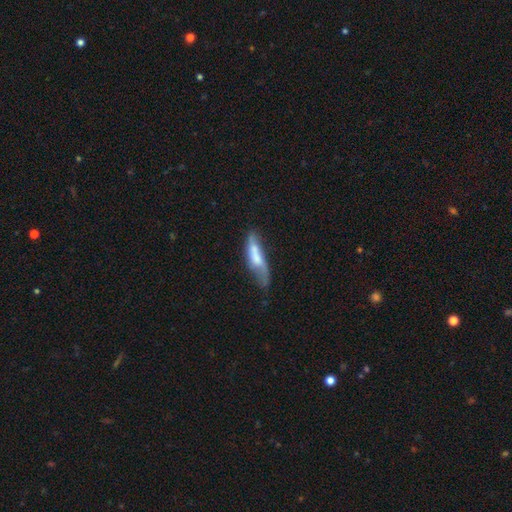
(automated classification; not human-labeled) This is possibly a smooth galaxy (54%). How rounded: likely cigar-shaped (62%). Merging: marginally none (36%).